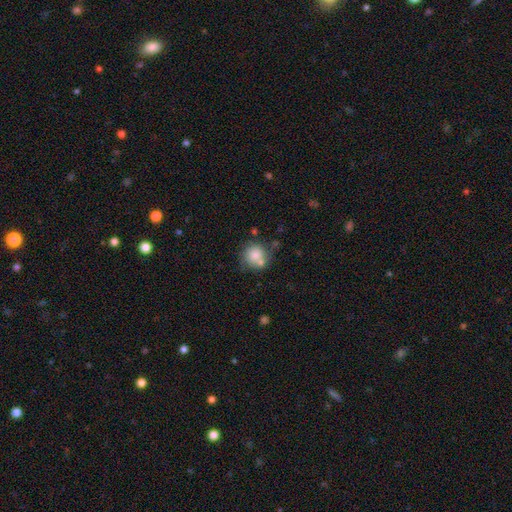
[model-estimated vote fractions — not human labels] Smooth or featured?
  - smooth: 80% *
  - featured or disk: 11%
  - star or artifact: 9%
How rounded?
  - round: 85% *
  - in between: 14%
  - cigar-shaped: 1%
Merging?
  - none: 53% *
  - merger: 26%
  - minor disturbance: 15%
  - major disturbance: 6%